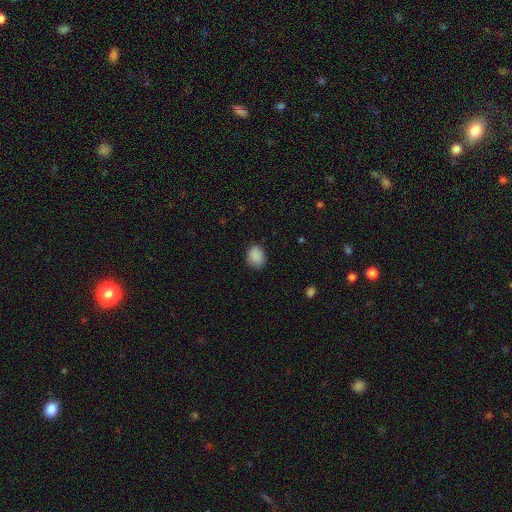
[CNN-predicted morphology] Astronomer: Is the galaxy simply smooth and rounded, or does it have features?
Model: smooth — 89%.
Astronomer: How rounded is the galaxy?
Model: in between — 52% (runner-up: round, 47%).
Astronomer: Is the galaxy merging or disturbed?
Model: none — 81%.